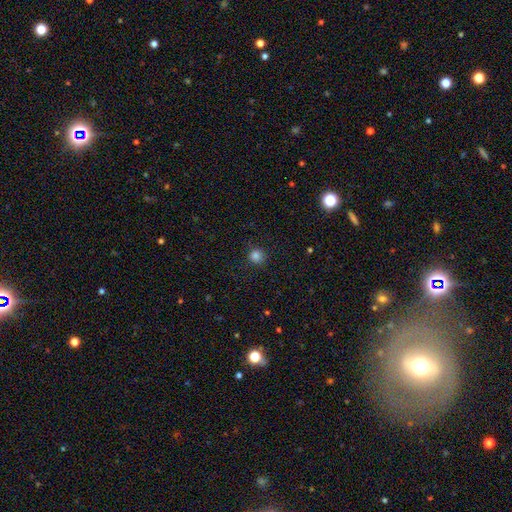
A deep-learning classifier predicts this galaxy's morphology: Overall: smooth (83%). How rounded: round (92%). Merging: none (88%).